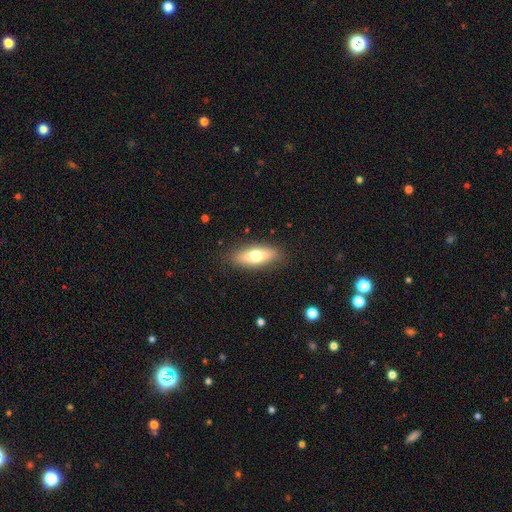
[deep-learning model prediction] The model was most divided on "how rounded": in between: 62%, cigar-shaped: 36%, round: 3%. More confident: merging — none (86%); smooth or featured — smooth (68%).